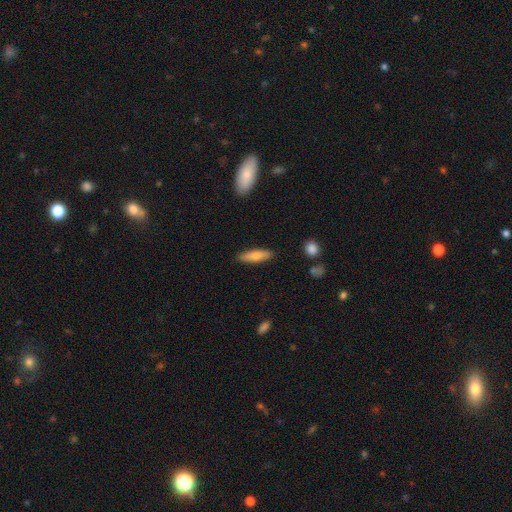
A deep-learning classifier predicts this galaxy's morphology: smooth-or-featured: smooth: 78% | featured or disk: 16% | star or artifact: 6%
  how-rounded: cigar-shaped: 63% | in between: 35% | round: 2%
  merging: none: 88% | minor disturbance: 9% | major disturbance: 2% | merger: 1%